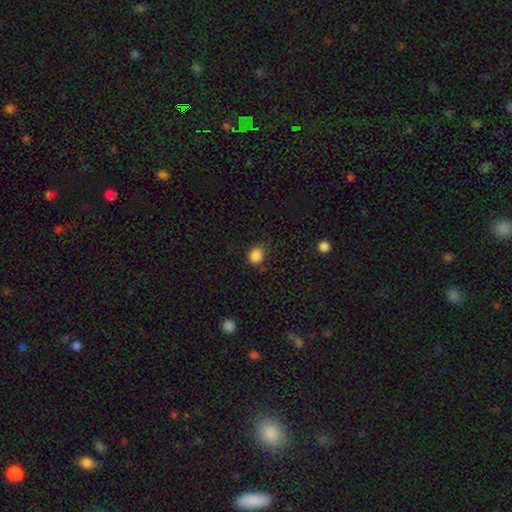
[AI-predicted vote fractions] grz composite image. It shows a smooth galaxy with no disk features (86%) that is round (68%). Merging: none (70%).